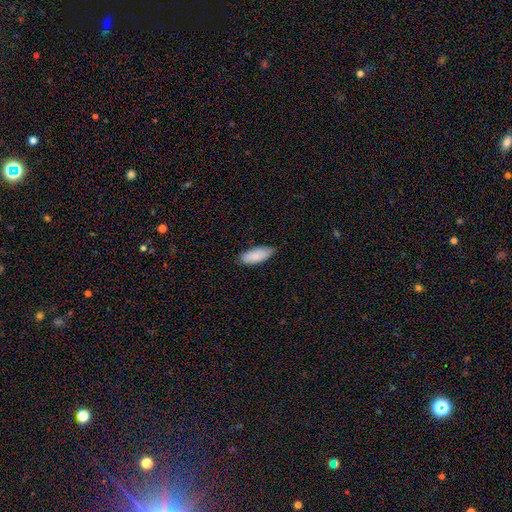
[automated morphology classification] This appears to be a smooth galaxy with no disk features (87%) that is in between round and cigar-shaped (82%). Merging: none (76%).